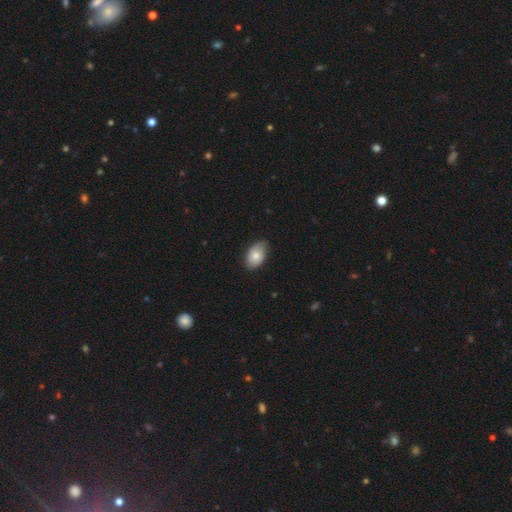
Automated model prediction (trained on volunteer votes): smooth_or_featured: smooth (p=0.80) [alt: featured or disk p=0.14]
how_rounded: in between (p=0.90) [alt: round p=0.08]
merging: none (p=0.75) [alt: minor disturbance p=0.21]